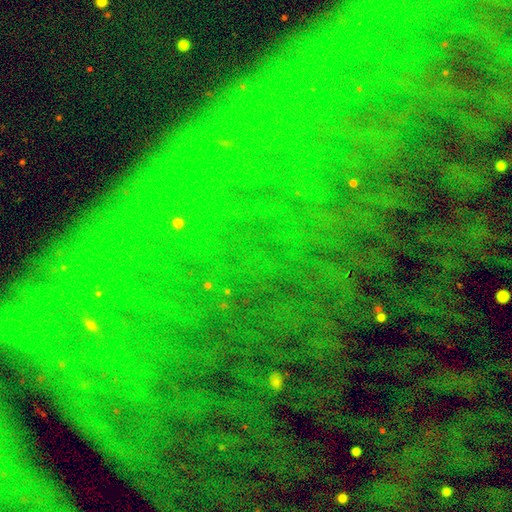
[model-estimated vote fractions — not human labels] Q: Smooth or featured?
A: star or artifact (84%); runner-up: featured or disk (8%)